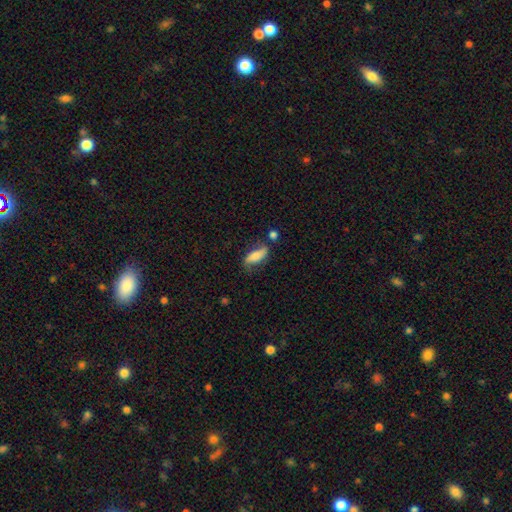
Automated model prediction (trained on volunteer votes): smooth-or-featured: smooth: 63% | featured or disk: 30% | star or artifact: 7%
  how-rounded: in between: 69% | cigar-shaped: 27% | round: 3%
  merging: none: 60% | minor disturbance: 23% | merger: 8% | major disturbance: 8%